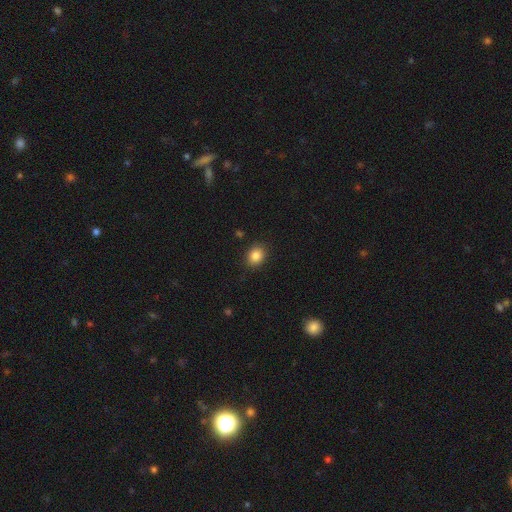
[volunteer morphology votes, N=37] Volunteers were most divided on "how rounded": round: 58%, in between: 42%, cigar-shaped: 0%. More confident: smooth or featured — smooth (89%); merging — none (83%).